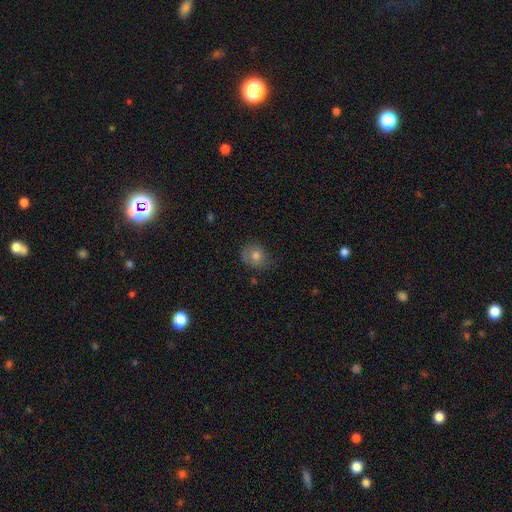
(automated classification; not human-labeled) Overall: smooth (68%). How rounded: round (64%; in between 35%). Merging: none (66%).